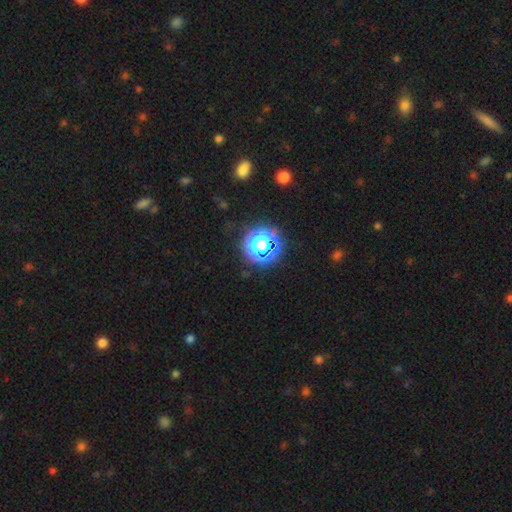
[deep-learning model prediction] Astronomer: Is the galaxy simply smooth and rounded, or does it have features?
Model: star or artifact — 69%.